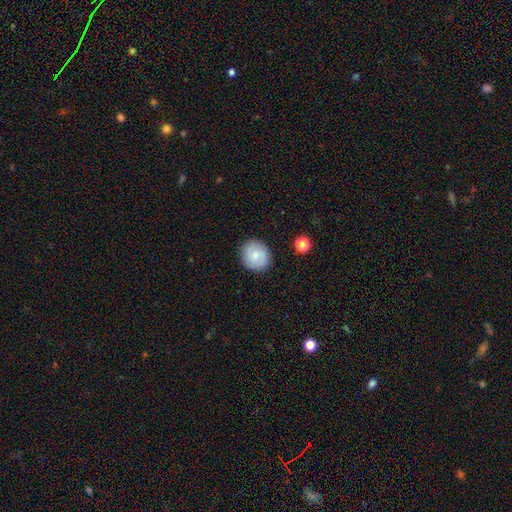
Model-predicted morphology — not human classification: Smooth or featured? smooth (70%)
How rounded? round (86%)
Merging? none (88%)